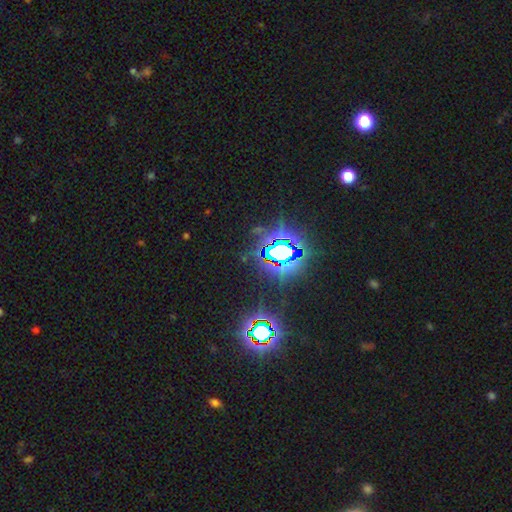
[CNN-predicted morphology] Smooth or featured?
  - star or artifact: 82% *
  - smooth: 9%
  - featured or disk: 8%